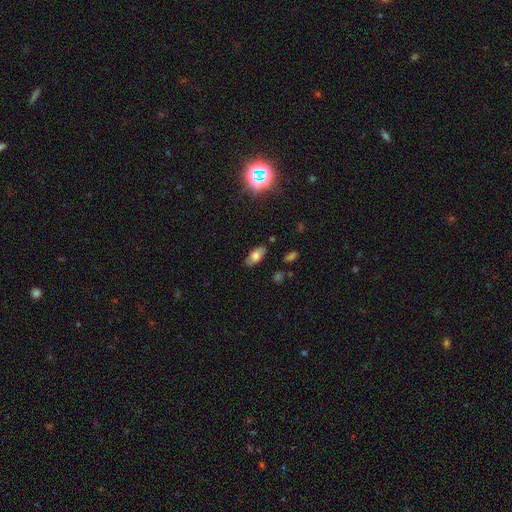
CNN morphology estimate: smooth-or-featured: smooth: 74% | featured or disk: 15% | star or artifact: 11%
  how-rounded: in between: 90% | cigar-shaped: 7% | round: 4%
  merging: none: 84% | minor disturbance: 12% | major disturbance: 2% | merger: 2%